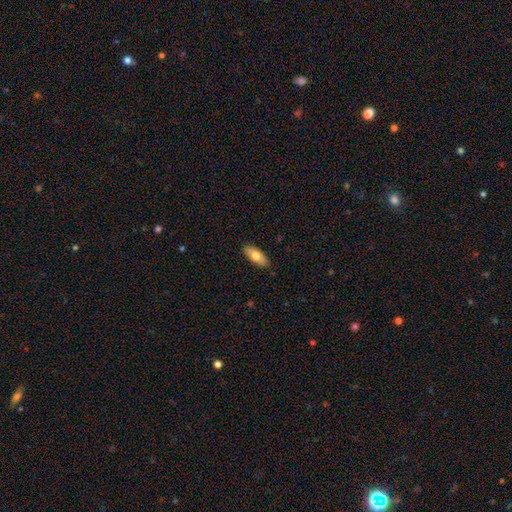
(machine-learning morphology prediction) Smooth or featured? smooth (74%)
How rounded? in between (77%)
Merging? none (88%)